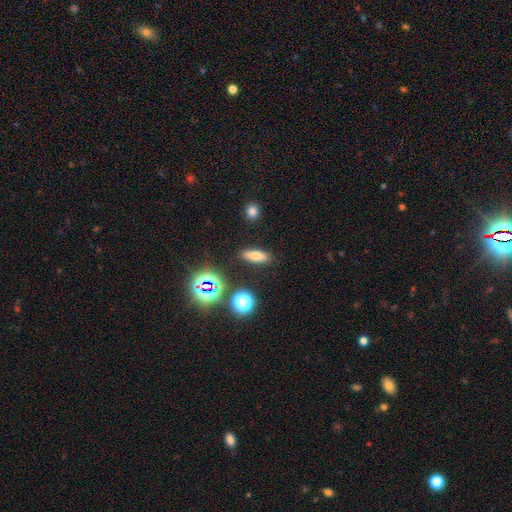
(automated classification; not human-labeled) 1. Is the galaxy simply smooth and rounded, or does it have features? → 68% smooth, 18% star or artifact, 14% featured or disk.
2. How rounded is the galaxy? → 54% in between, 39% cigar-shaped, 8% round.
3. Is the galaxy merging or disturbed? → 88% none, 7% minor disturbance, 3% major disturbance, 2% merger.